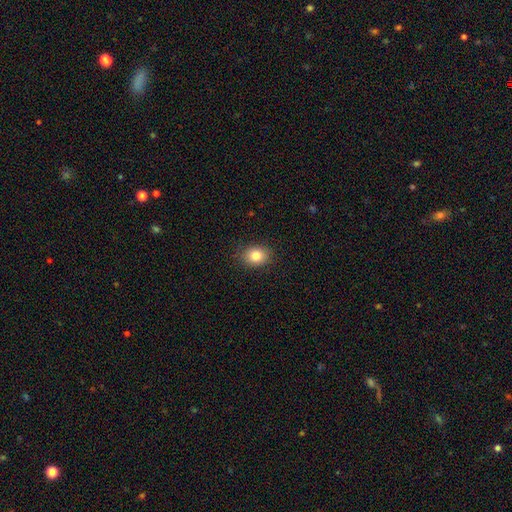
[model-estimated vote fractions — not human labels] Smooth or featured? Predicted: smooth (p=0.82). How rounded? Predicted: in between (p=0.50). Merging? Predicted: none (p=0.88).